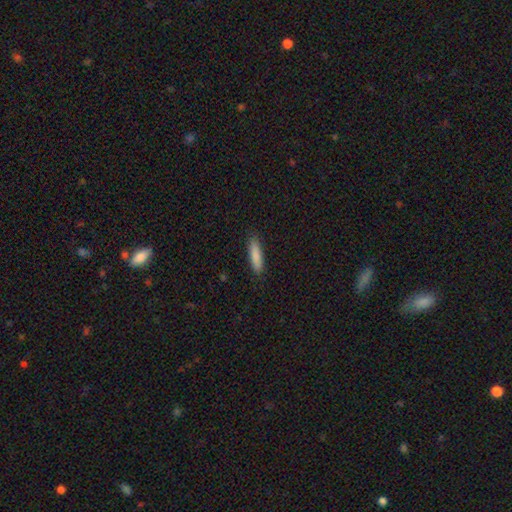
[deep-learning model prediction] A smooth galaxy with no disk features (86%) that is cigar-shaped (78%). Merging: none (88%).